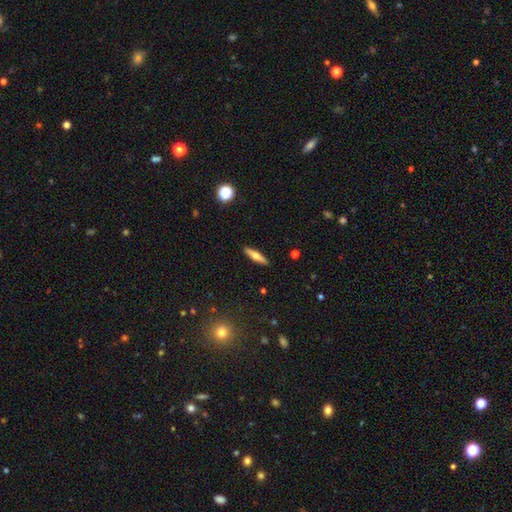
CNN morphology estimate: smooth_or_featured: smooth (p=0.49) [alt: featured or disk p=0.44]
merging: none (p=0.91) [alt: minor disturbance p=0.06]